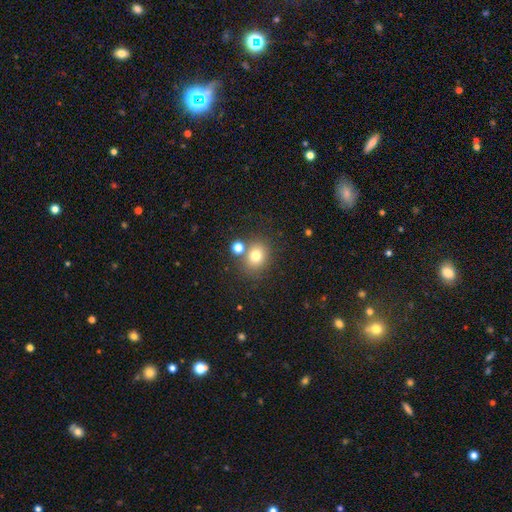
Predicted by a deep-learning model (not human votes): Q: Smooth or featured?
A: smooth (76%); runner-up: star or artifact (14%)
Q: How rounded?
A: round (71%); runner-up: in between (29%)
Q: Merging?
A: none (68%); runner-up: merger (18%)